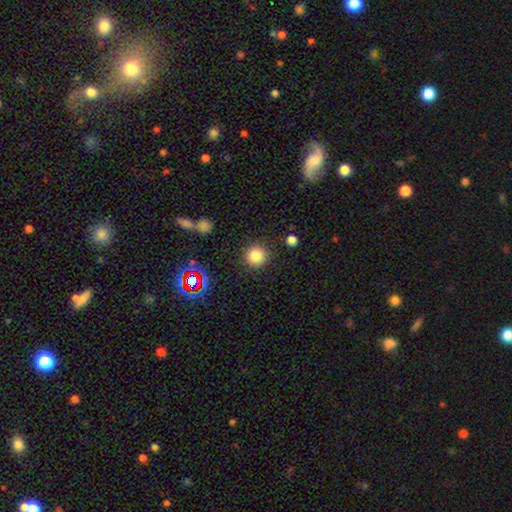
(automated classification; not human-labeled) This appears to be a smooth galaxy with no disk features (82%) that is round (94%). Merging: none (90%).